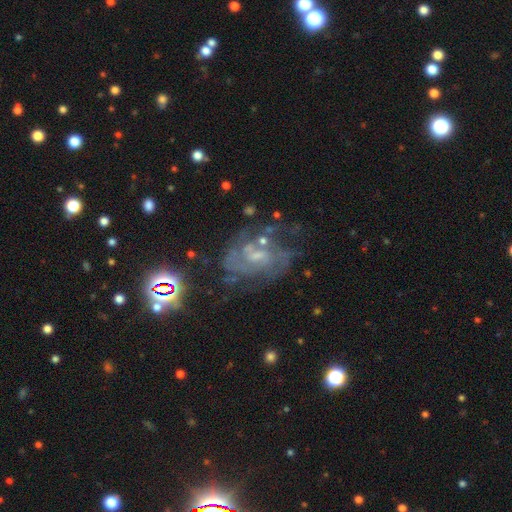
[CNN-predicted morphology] A featured or disk galaxy (74%) with no bar (45%, tied with weak), tight (42%, tied with medium) spiral arms (81%) and a small central bulge (46%). Merging: none (54%).